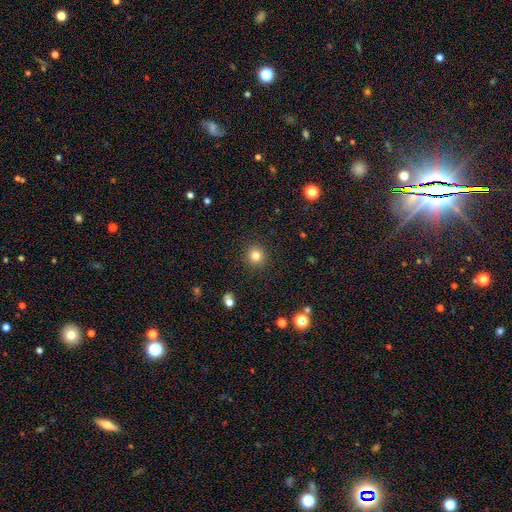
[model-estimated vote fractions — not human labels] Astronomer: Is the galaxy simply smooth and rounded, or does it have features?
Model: smooth — 81%.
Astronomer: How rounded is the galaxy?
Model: round — 94%.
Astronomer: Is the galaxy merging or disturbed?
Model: none — 92%.